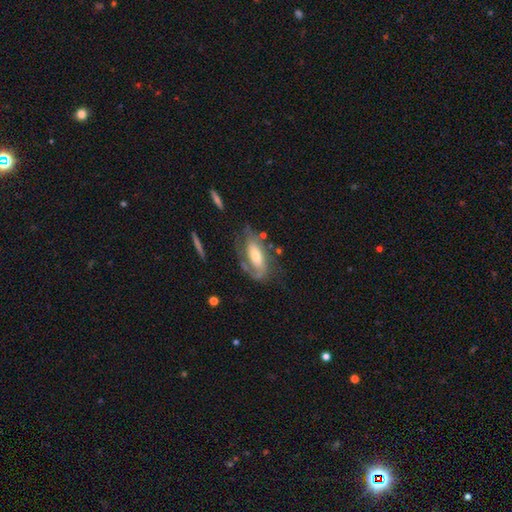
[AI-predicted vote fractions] This appears to be a featured or disk galaxy (75%) with no bar (49%), 2 (47%) tight (45%) spiral arms (87%) and a moderate central bulge (56%). Merging: none (57%).